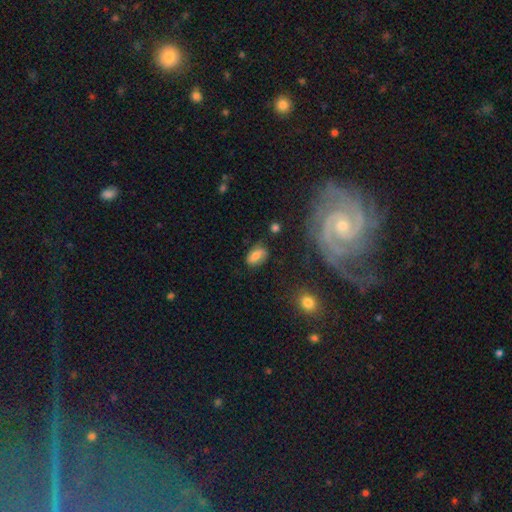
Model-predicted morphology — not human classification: type=smooth (59%); roundness=in between (89%); merging=none (69%).